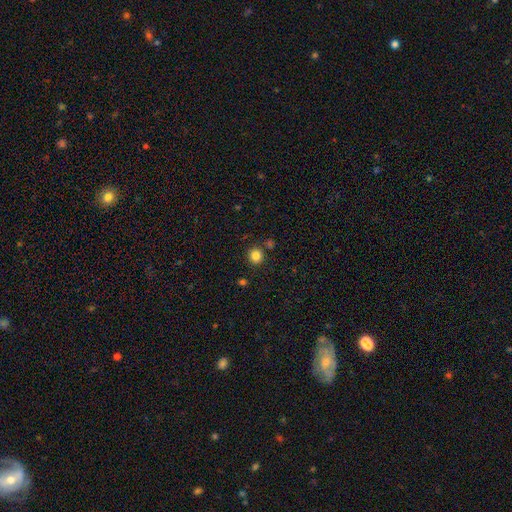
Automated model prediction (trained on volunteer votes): A smooth galaxy with no disk features (83%) that is round (92%). Merging: none (86%).